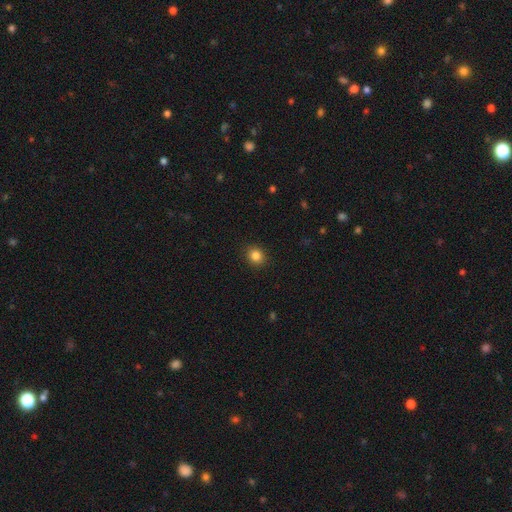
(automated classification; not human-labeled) smooth-or-featured: smooth: 84% | star or artifact: 11% | featured or disk: 5%
  how-rounded: round: 69% | in between: 31% | cigar-shaped: 1%
  merging: none: 90% | minor disturbance: 7% | major disturbance: 2% | merger: 1%